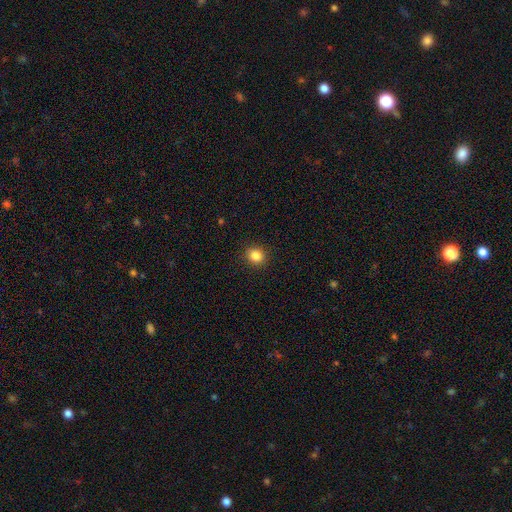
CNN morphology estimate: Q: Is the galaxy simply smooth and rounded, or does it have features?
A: smooth — 84%.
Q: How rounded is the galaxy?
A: round — 79%.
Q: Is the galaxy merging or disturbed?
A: none — 91%.